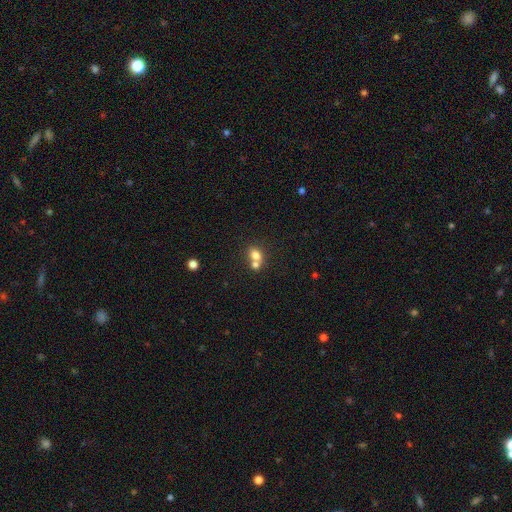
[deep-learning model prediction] This is likely a smooth galaxy (75%). How rounded: possibly in between (52%). Merging: possibly merger (56%).